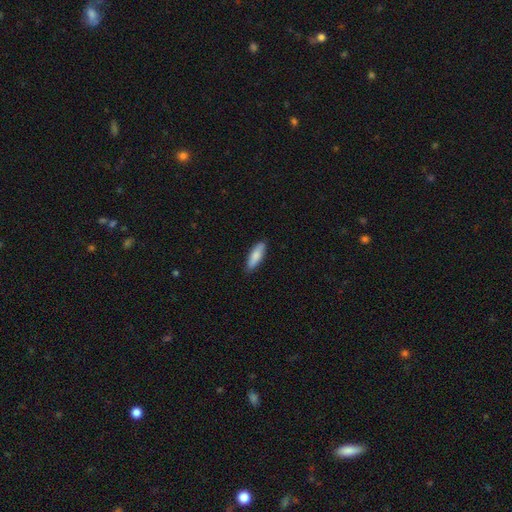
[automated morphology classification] Smooth or featured? smooth (82%)
How rounded? cigar-shaped (55%)
Merging? none (87%)